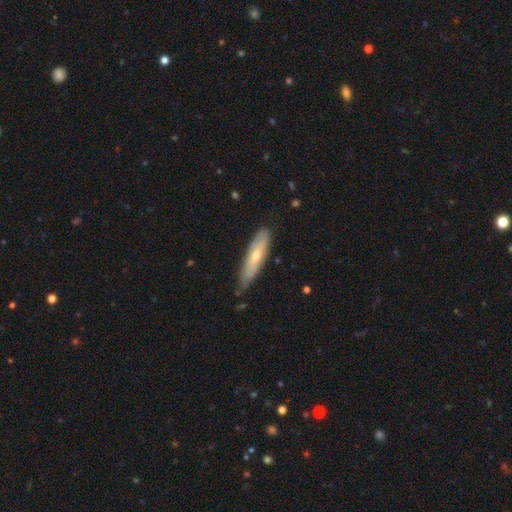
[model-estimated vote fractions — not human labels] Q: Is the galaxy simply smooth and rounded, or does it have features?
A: featured or disk — 48%.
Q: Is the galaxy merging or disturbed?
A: none — 65%.